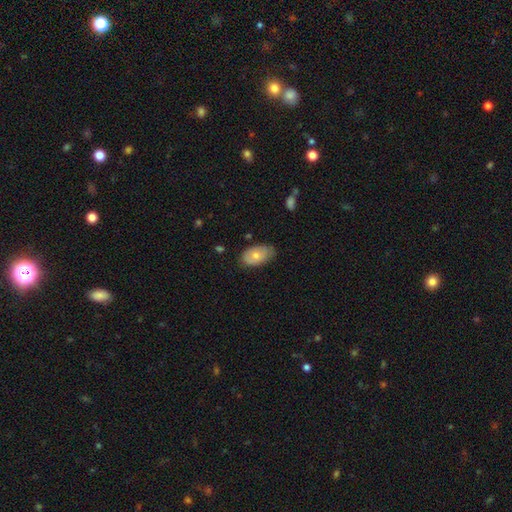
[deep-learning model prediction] A smooth galaxy with no disk features (69%) that is in between round and cigar-shaped (92%).

Vote fractions:
- Smooth or featured? smooth: 69% / featured or disk: 24% / star or artifact: 6%
- How rounded? in between: 92% / round: 7% / cigar-shaped: 2%
- Merging? none: 61% / minor disturbance: 32% / major disturbance: 5% / merger: 2%